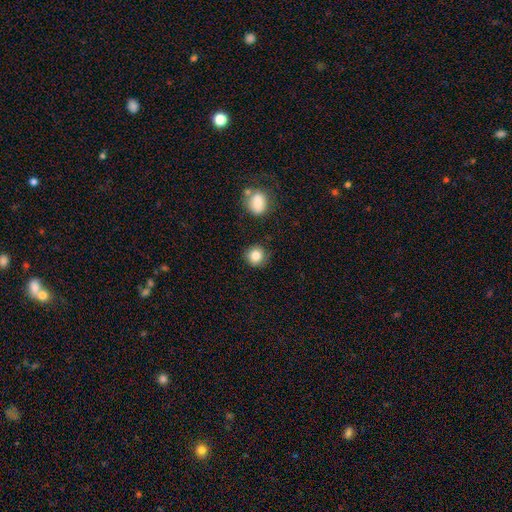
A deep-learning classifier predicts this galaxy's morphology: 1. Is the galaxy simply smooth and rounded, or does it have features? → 84% smooth, 10% star or artifact, 6% featured or disk.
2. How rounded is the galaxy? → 91% round, 9% in between, 1% cigar-shaped.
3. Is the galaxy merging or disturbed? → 84% none, 10% minor disturbance, 3% merger, 3% major disturbance.